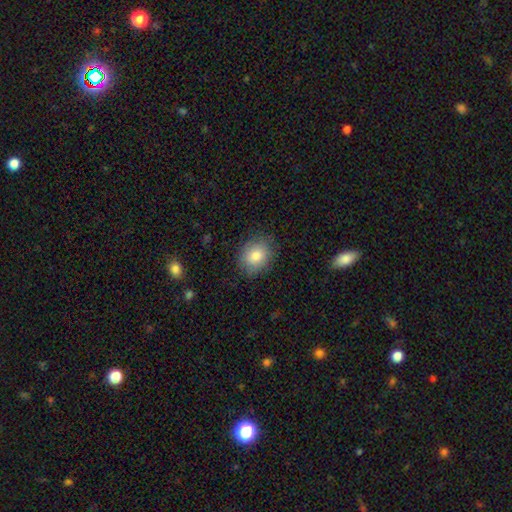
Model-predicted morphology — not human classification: smooth_or_featured: smooth (p=0.83) [alt: featured or disk p=0.09]
how_rounded: round (p=0.53) [alt: in between p=0.46]
merging: none (p=0.83) [alt: minor disturbance p=0.13]